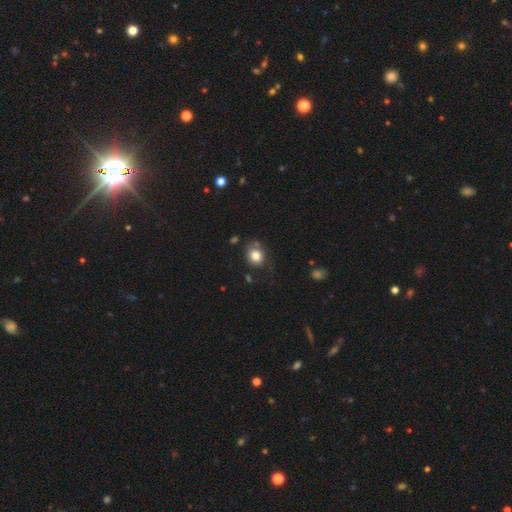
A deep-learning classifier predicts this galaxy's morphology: type=smooth (80%); roundness=round (71%); merging=none (67%).